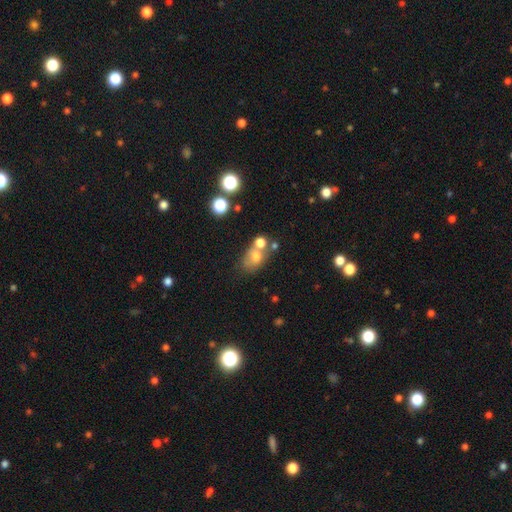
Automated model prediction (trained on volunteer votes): The model was most divided on "merging": none: 40%, merger: 36%, minor disturbance: 16%, major disturbance: 9%. More confident: smooth or featured — smooth (68%); how rounded — in between (61%).